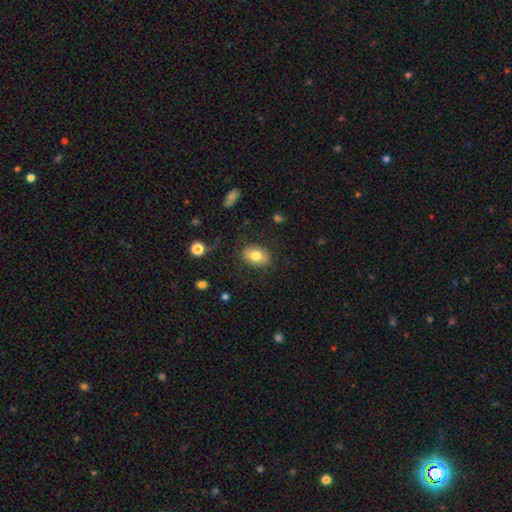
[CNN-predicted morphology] Smooth or featured?
  - smooth: 75% *
  - featured or disk: 17%
  - star or artifact: 8%
How rounded?
  - in between: 76% *
  - round: 23%
  - cigar-shaped: 1%
Merging?
  - none: 79% *
  - minor disturbance: 13%
  - major disturbance: 6%
  - merger: 1%